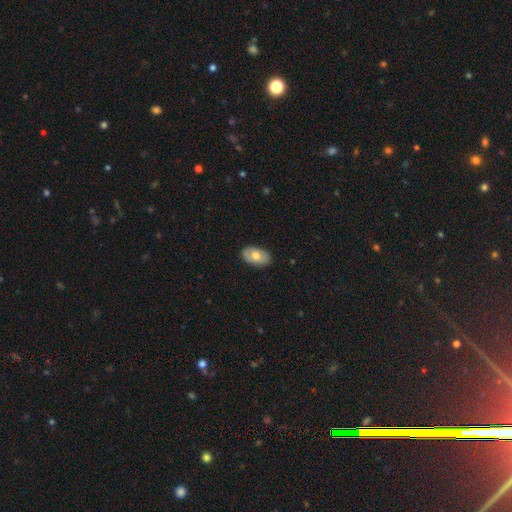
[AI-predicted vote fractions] The model was most divided on "smooth or featured": smooth: 69%, featured or disk: 25%, star or artifact: 6%. More confident: how rounded — in between (92%); merging — none (86%).